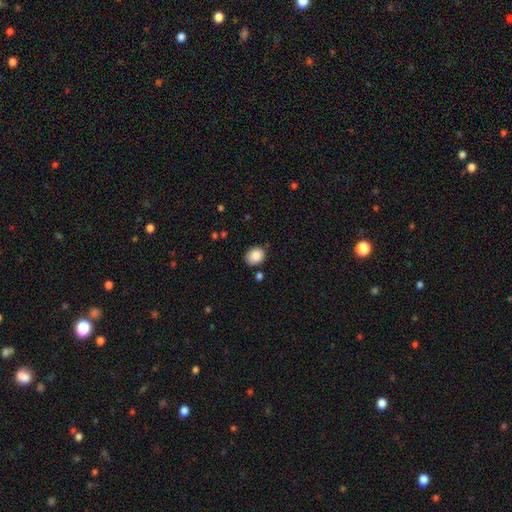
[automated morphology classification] Smooth or featured? Predicted: smooth (p=0.87). How rounded? Predicted: round (p=0.51). Merging? Predicted: none (p=0.81).